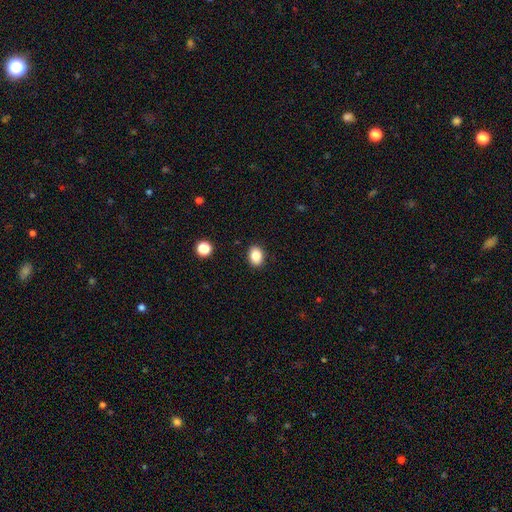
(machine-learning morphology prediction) Smooth or featured? Predicted: smooth (p=0.86). How rounded? Predicted: in between (p=0.68). Merging? Predicted: none (p=0.88).